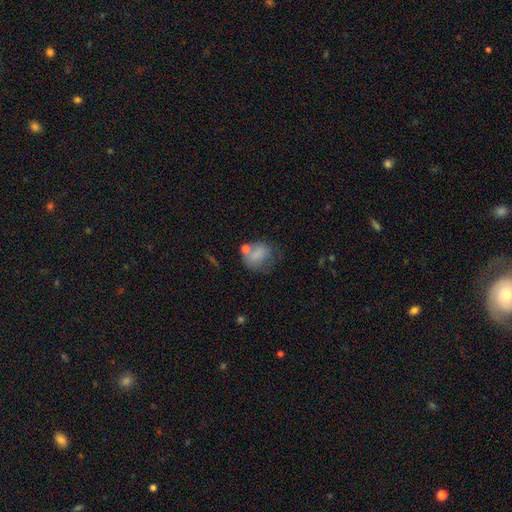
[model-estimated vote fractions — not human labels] smooth_or_featured: smooth (p=0.73) [alt: featured or disk p=0.16]
how_rounded: round (p=0.61) [alt: in between p=0.38]
merging: none (p=0.42) [alt: minor disturbance p=0.25]